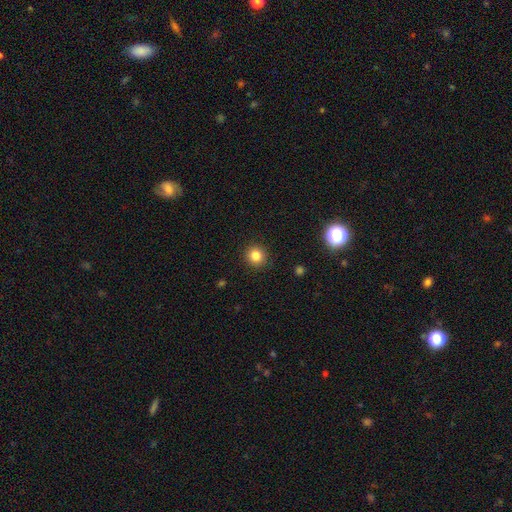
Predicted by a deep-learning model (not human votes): A smooth galaxy with no disk features (83%) that is round (92%). Merging: none (91%).